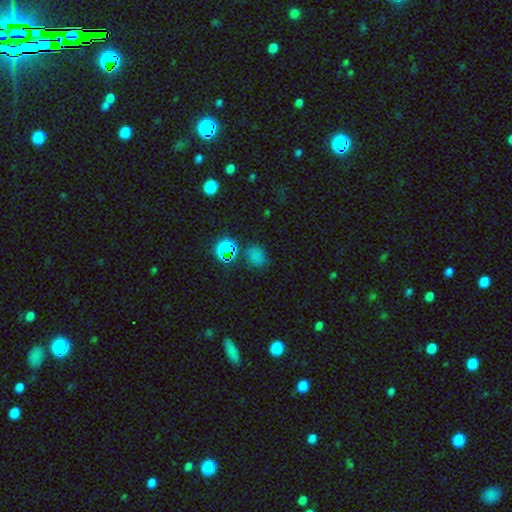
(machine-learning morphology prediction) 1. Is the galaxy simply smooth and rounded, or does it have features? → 58% smooth, 36% star or artifact, 5% featured or disk.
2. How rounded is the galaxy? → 65% round, 33% in between, 1% cigar-shaped.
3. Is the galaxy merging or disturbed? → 72% none, 15% minor disturbance, 6% major disturbance, 6% merger.